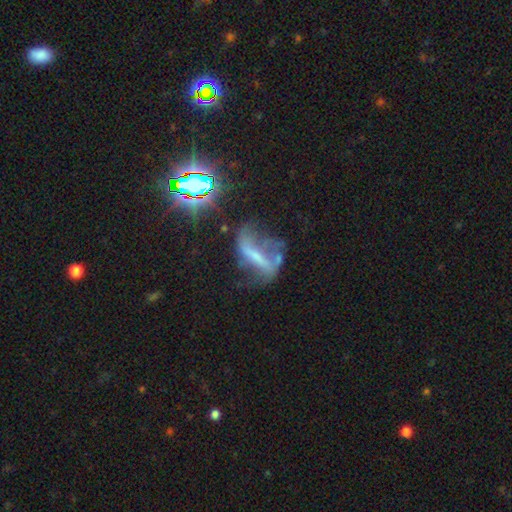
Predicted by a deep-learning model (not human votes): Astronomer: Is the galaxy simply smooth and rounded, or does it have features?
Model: featured or disk — 60%.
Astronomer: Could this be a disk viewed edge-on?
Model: no — 83%.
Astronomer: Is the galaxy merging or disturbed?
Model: major disturbance — 38% (runner-up: none, 32%).